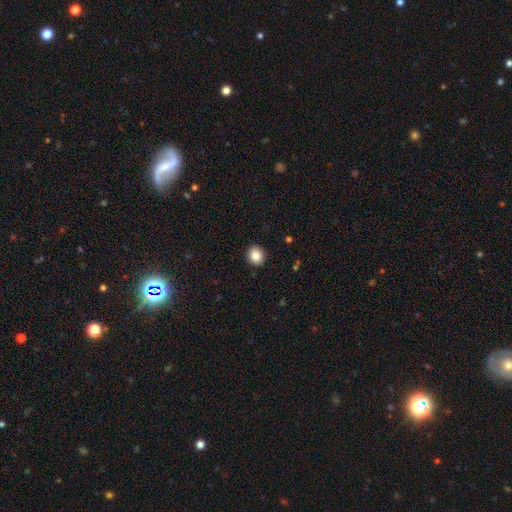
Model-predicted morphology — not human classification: smooth 85%, star or artifact 10%, featured or disk 6%. Down the decision tree: how rounded — round (85%); merging — none (92%).